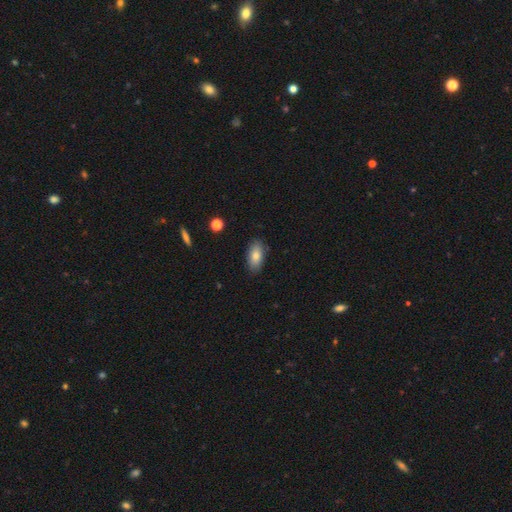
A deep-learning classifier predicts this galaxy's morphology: The model was most divided on "smooth or featured": smooth: 82%, featured or disk: 11%, star or artifact: 7%. More confident: how rounded — in between (89%); merging — none (86%).